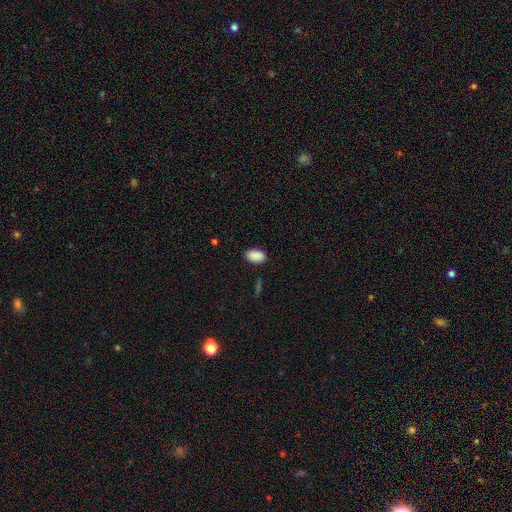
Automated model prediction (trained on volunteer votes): smooth_or_featured: smooth (p=0.90) [alt: star or artifact p=0.07]
how_rounded: in between (p=0.92) [alt: round p=0.06]
merging: none (p=0.86) [alt: minor disturbance p=0.10]